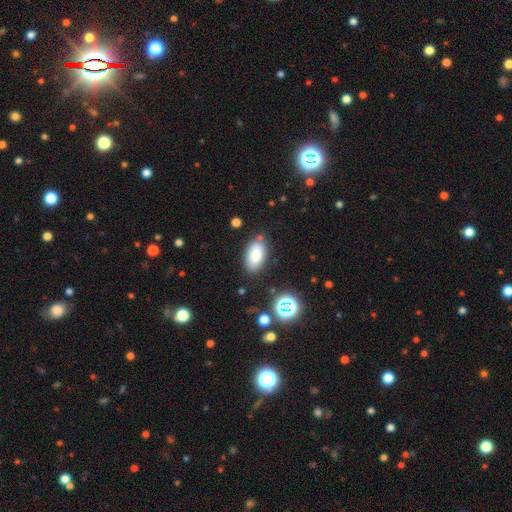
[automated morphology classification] Smooth or featured? smooth (82%)
How rounded? in between (93%)
Merging? none (79%)